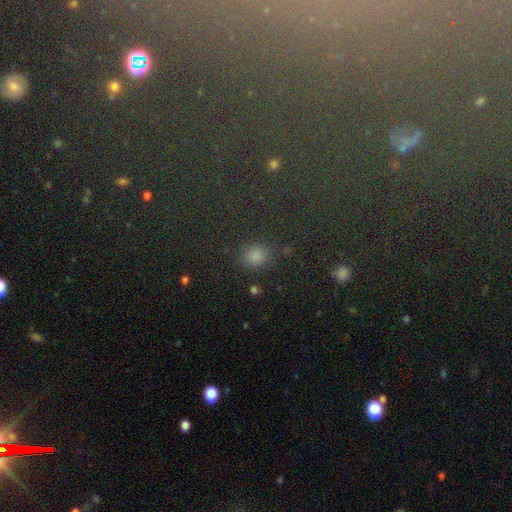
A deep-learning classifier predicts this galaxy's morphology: smooth 75%, star or artifact 19%, featured or disk 6%. Down the decision tree: how rounded — round (71%); merging — none (77%).